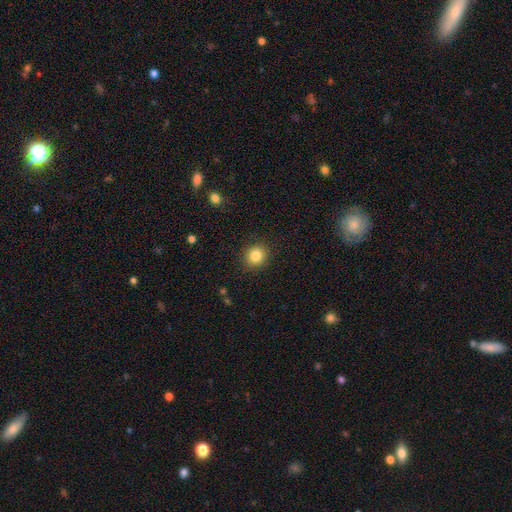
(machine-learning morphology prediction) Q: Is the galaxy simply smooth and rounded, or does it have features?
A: smooth — 84%.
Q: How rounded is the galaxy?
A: round — 81%.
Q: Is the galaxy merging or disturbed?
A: none — 89%.